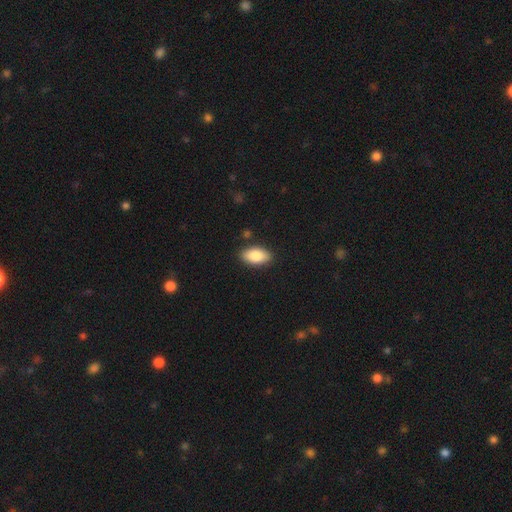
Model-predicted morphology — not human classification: smooth_or_featured: smooth (p=0.84) [alt: featured or disk p=0.09]
how_rounded: in between (p=0.93) [alt: round p=0.04]
merging: none (p=0.87) [alt: minor disturbance p=0.09]